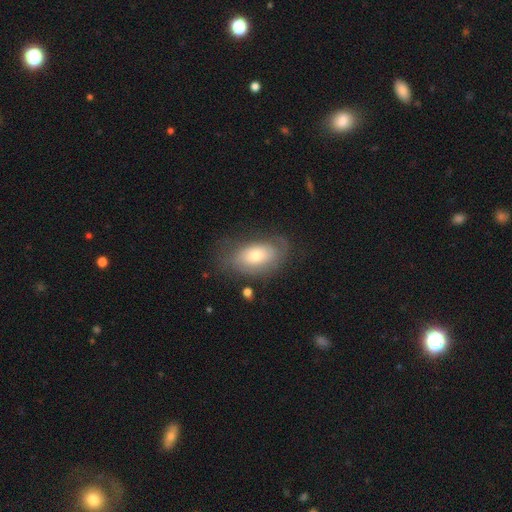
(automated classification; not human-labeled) This is possibly a smooth galaxy (51%). How rounded: clearly in between (89%). Merging: likely none (64%).